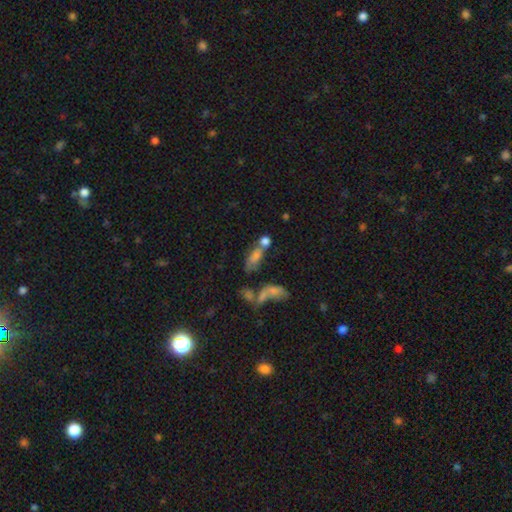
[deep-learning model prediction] Smooth or featured? smooth (58%)
How rounded? in between (65%)
Merging? merger (44%)